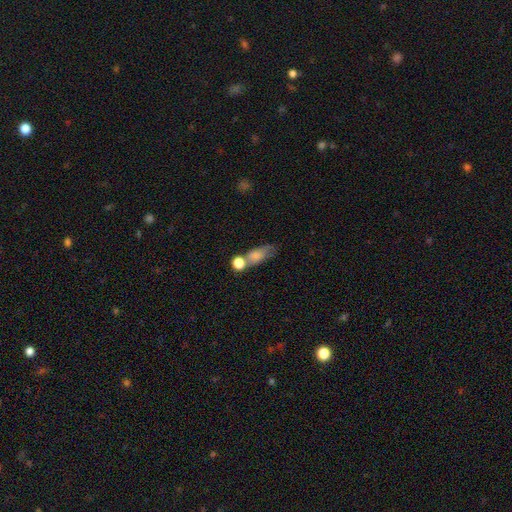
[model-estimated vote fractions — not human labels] smooth 73%, featured or disk 17%, star or artifact 10%. Down the decision tree: how rounded — in between (63%); merging — none (39%).